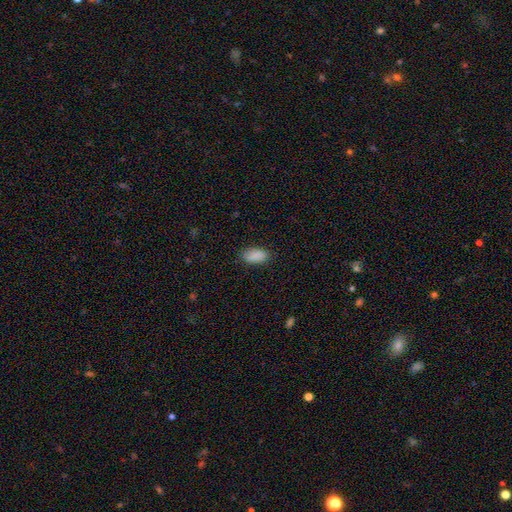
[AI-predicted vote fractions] Q: Smooth or featured?
A: smooth (90%); runner-up: star or artifact (7%)
Q: How rounded?
A: in between (93%); runner-up: round (4%)
Q: Merging?
A: none (85%); runner-up: minor disturbance (11%)